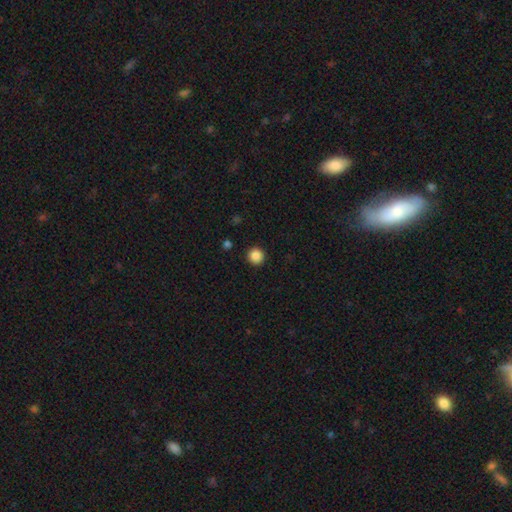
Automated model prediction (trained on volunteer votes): The model was most divided on "smooth or featured": smooth: 87%, star or artifact: 10%, featured or disk: 3%. More confident: how rounded — round (96%); merging — none (93%).